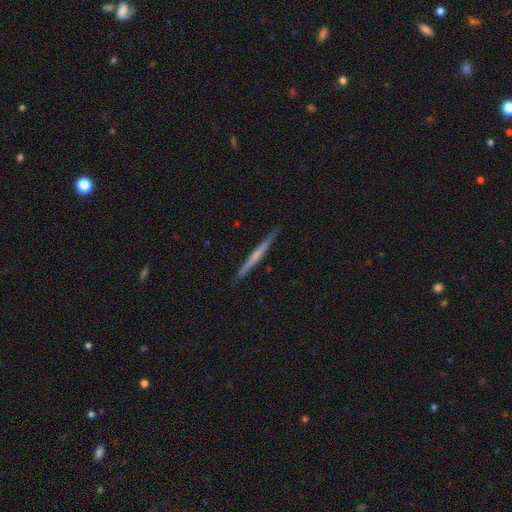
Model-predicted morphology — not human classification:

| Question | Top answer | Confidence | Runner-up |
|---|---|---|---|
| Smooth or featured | featured or disk | 61% | smooth (33%) |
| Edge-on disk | yes | 98% | no (2%) |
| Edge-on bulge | none | 62% | rounded (31%) |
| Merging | none | 91% | minor disturbance (7%) |